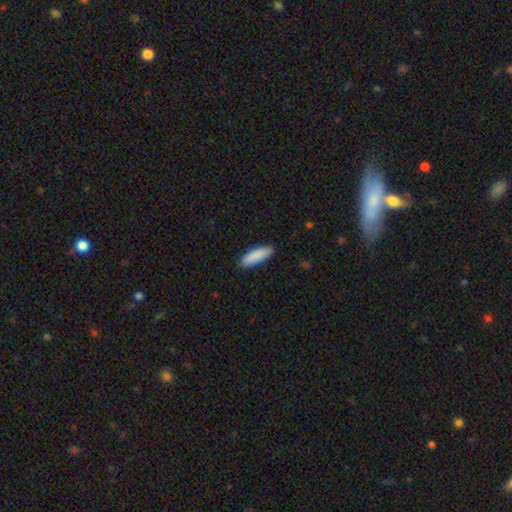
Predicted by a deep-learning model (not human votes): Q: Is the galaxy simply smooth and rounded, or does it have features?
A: smooth — 89%.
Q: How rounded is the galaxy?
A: cigar-shaped — 51%.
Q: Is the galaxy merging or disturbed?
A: none — 87%.